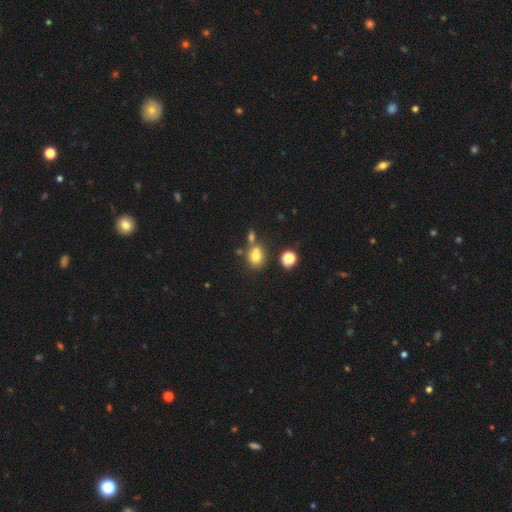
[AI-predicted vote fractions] Morphology: type=smooth (73%); roundness=round (70%); merging=none (50%).